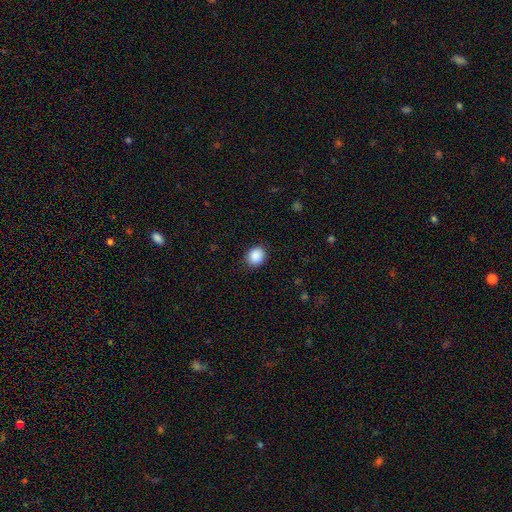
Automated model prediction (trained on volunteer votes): This is clearly a smooth galaxy (89%). How rounded: likely round (63%). Merging: clearly none (88%).